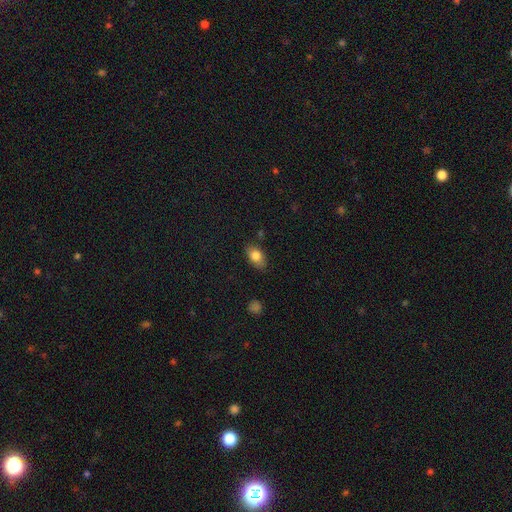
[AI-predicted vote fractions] This is clearly a smooth galaxy (81%). How rounded: clearly in between (86%). Merging: likely none (79%).